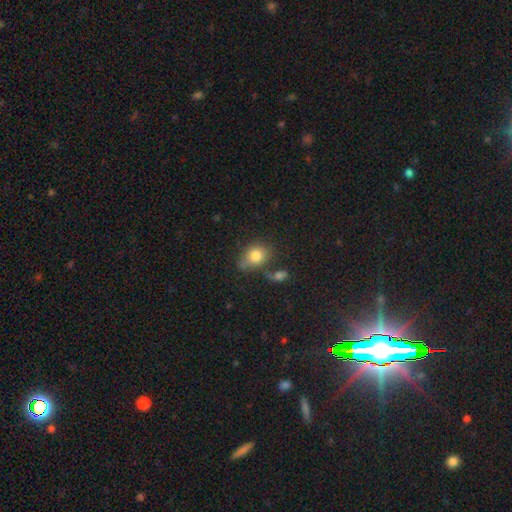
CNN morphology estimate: smooth-or-featured: smooth: 80% | featured or disk: 10% | star or artifact: 9%
  how-rounded: in between: 58% | round: 41% | cigar-shaped: 1%
  merging: none: 48% | minor disturbance: 21% | merger: 20% | major disturbance: 10%